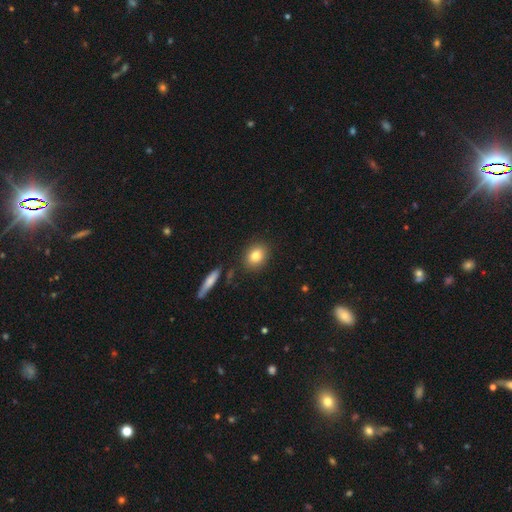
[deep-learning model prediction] Smooth or featured?
  - smooth: 81% *
  - featured or disk: 10%
  - star or artifact: 9%
How rounded?
  - round: 55% *
  - in between: 43%
  - cigar-shaped: 2%
Merging?
  - none: 85% *
  - minor disturbance: 8%
  - merger: 4%
  - major disturbance: 2%